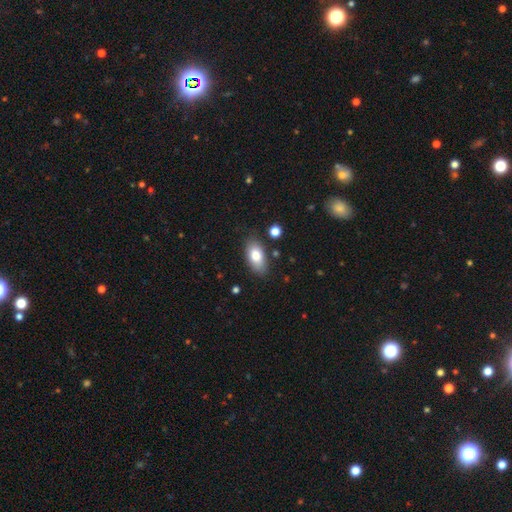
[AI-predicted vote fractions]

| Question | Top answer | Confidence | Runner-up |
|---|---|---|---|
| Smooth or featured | smooth | 79% | featured or disk (14%) |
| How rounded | in between | 91% | round (4%) |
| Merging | none | 81% | minor disturbance (13%) |